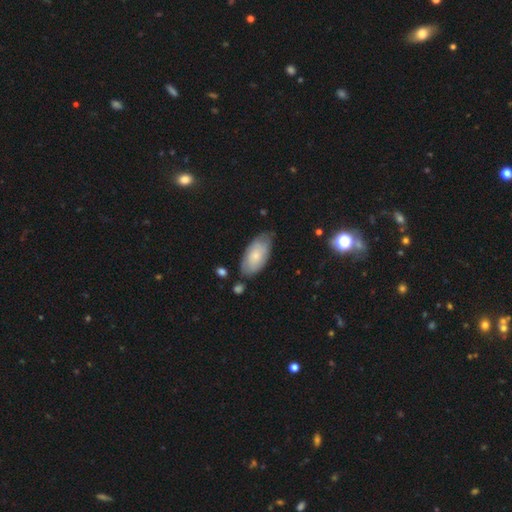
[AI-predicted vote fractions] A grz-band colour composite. It shows a smooth galaxy with no disk features (63%) that is in between round and cigar-shaped (93%). Merging: none (67%).